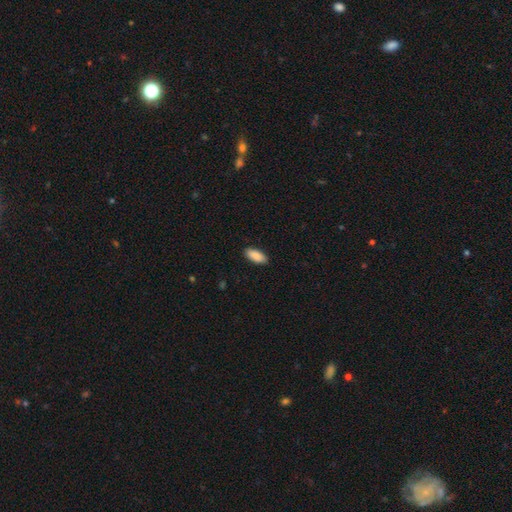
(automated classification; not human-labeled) The model was most divided on "how rounded": in between: 87%, cigar-shaped: 12%, round: 2%. More confident: smooth or featured — smooth (90%); merging — none (88%).